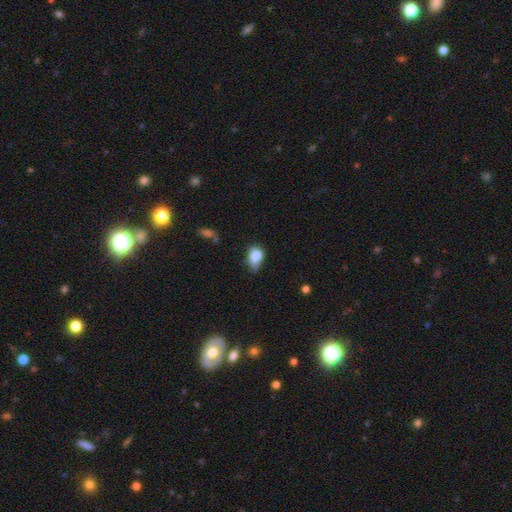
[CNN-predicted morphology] Smooth or featured? Predicted: smooth (p=0.80). How rounded? Predicted: in between (p=0.72). Merging? Predicted: minor disturbance (p=0.46).